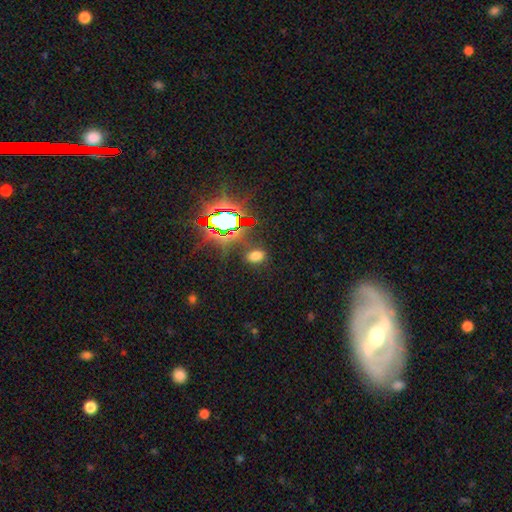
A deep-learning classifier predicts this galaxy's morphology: Overall: smooth (63%; star or artifact 30%). How rounded: in between (81%). Merging: none (82%).